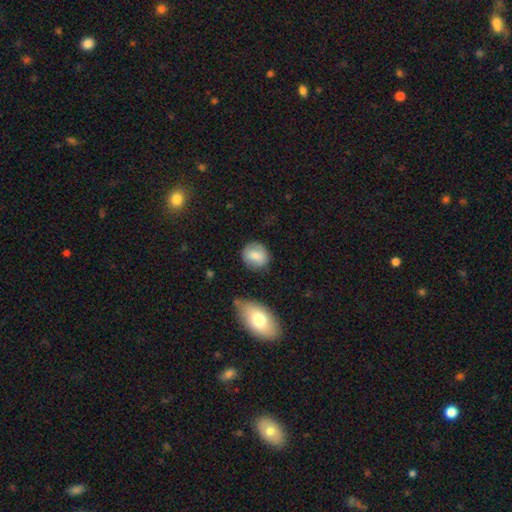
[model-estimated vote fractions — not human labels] Smooth or featured? Predicted: smooth (p=0.79). How rounded? Predicted: round (p=0.76). Merging? Predicted: none (p=0.77).